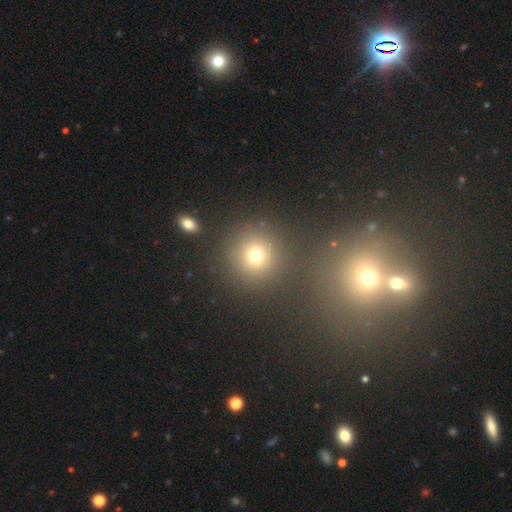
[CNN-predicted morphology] A smooth galaxy with no disk features (71%) that is round (93%). Merging: none (83%).